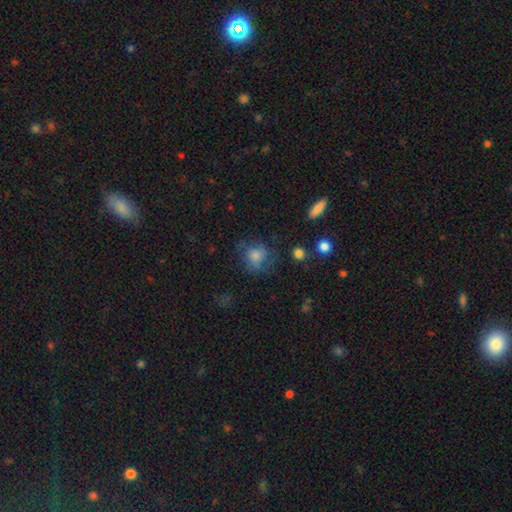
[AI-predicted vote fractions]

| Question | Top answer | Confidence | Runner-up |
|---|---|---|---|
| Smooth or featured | smooth | 59% | featured or disk (29%) |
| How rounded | round | 74% | in between (25%) |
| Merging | none | 57% | minor disturbance (22%) |